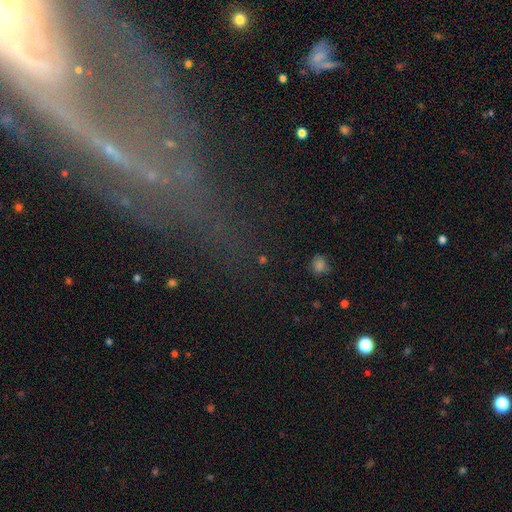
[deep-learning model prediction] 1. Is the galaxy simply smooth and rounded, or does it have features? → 50% featured or disk, 30% star or artifact, 20% smooth.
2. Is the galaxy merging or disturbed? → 54% none, 20% major disturbance, 17% minor disturbance, 8% merger.